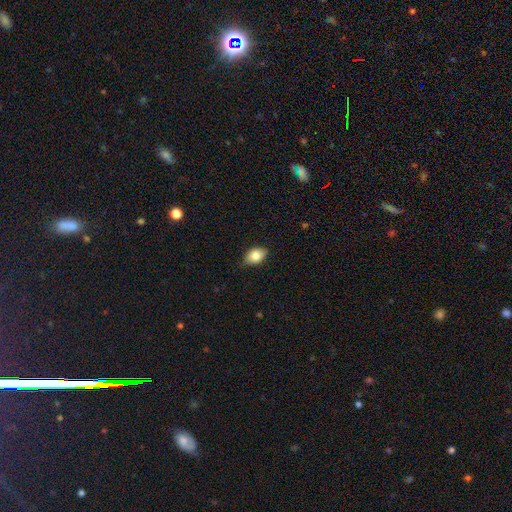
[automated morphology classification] Smooth or featured? Predicted: smooth (p=0.81). How rounded? Predicted: in between (p=0.81). Merging? Predicted: none (p=0.78).